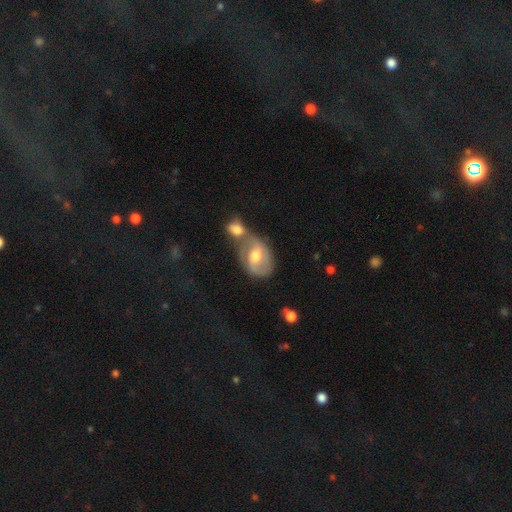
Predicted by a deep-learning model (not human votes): smooth_or_featured: featured or disk (p=0.63) [alt: smooth p=0.30]
disk_edge_on: no (p=0.95) [alt: yes p=0.05]
bar: weak (p=0.51) [alt: no p=0.30]
has_spiral_arms: yes (p=0.78) [alt: no p=0.22]
bulge_size: moderate (p=0.72) [alt: small p=0.19]
merging: merger (p=0.49) [alt: none p=0.30]